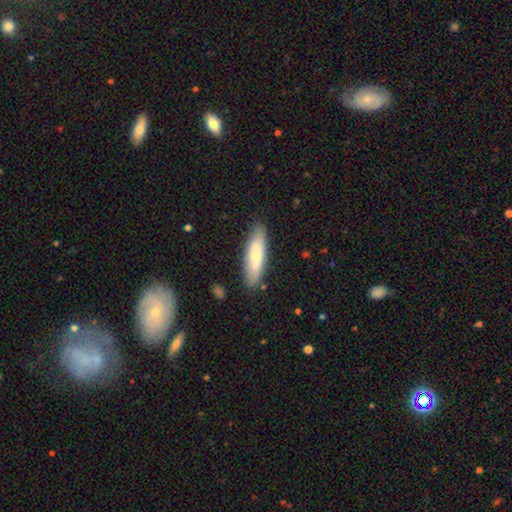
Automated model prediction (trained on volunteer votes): The model was most divided on "how rounded": cigar-shaped: 64%, in between: 35%, round: 1%. More confident: merging — none (84%); smooth or featured — smooth (71%).